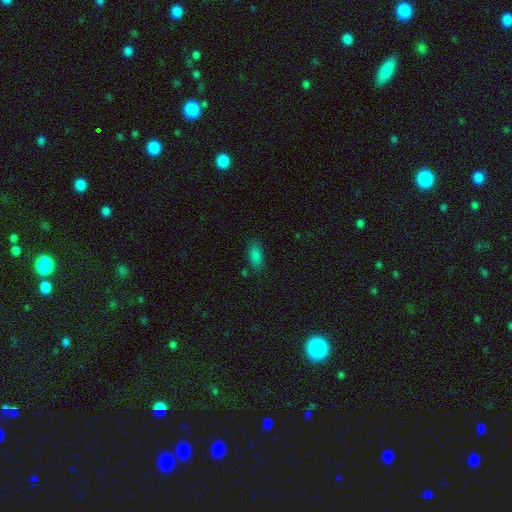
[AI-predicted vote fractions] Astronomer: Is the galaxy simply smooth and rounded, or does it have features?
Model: smooth — 85%.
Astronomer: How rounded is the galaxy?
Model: in between — 81%.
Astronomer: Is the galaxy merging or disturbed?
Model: none — 80%.